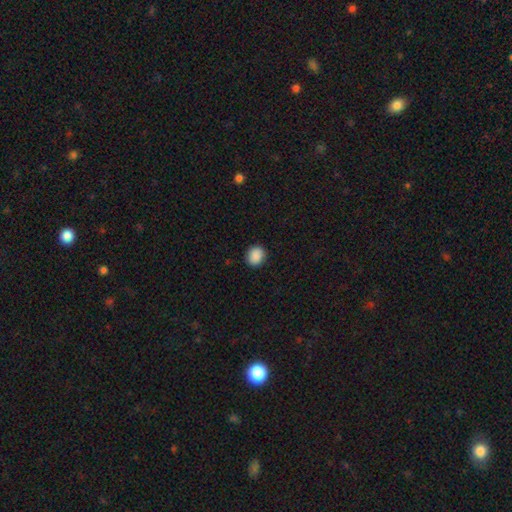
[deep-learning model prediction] smooth 89%, star or artifact 8%, featured or disk 3%. Down the decision tree: how rounded — round (71%); merging — none (90%).